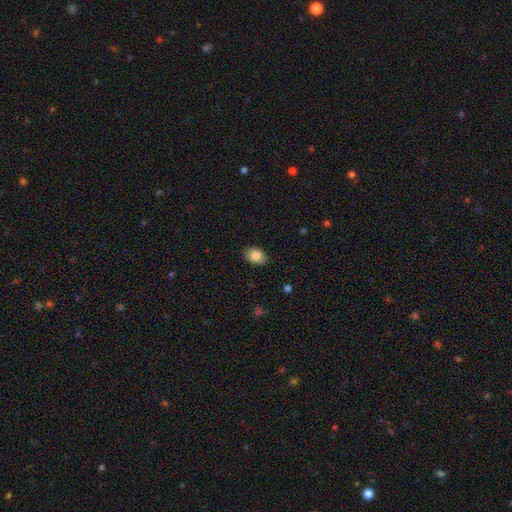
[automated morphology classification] Overall: smooth (84%). How rounded: in between (84%). Merging: none (87%).